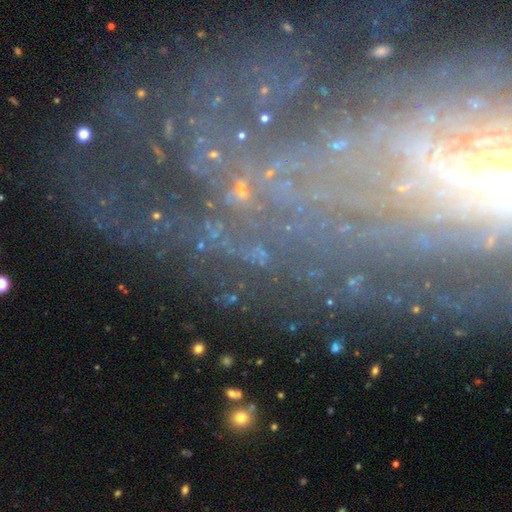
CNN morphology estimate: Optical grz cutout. It shows a featured or disk galaxy (64%) with no bar (63%), spiral arms (71%) and a small central bulge (45%). Merging: none (62%).